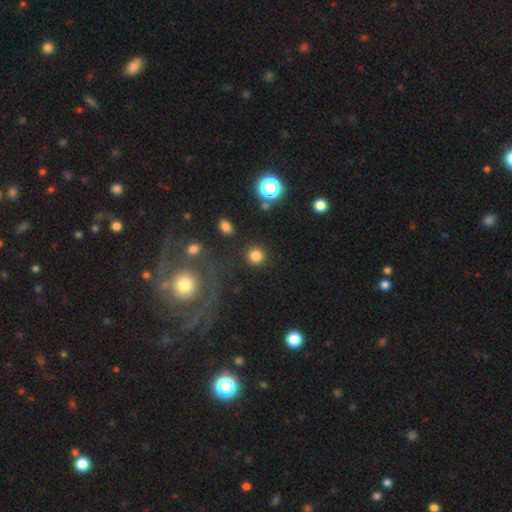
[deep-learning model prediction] smooth 81%, star or artifact 14%, featured or disk 5%. Down the decision tree: how rounded — round (93%); merging — none (88%).